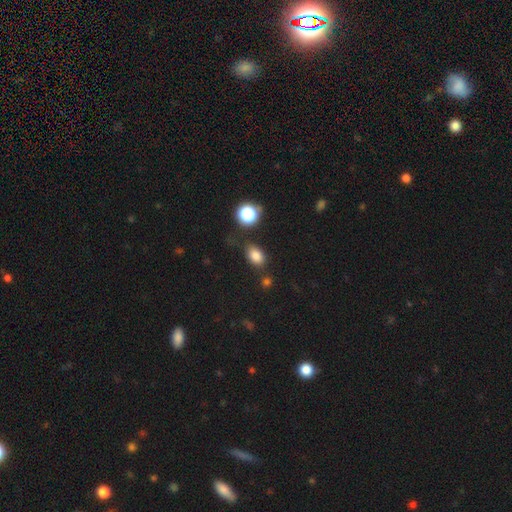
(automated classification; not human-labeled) Smooth or featured?
  - smooth: 82% *
  - star or artifact: 12%
  - featured or disk: 6%
How rounded?
  - in between: 79% *
  - round: 19%
  - cigar-shaped: 2%
Merging?
  - none: 73% *
  - minor disturbance: 16%
  - merger: 7%
  - major disturbance: 5%